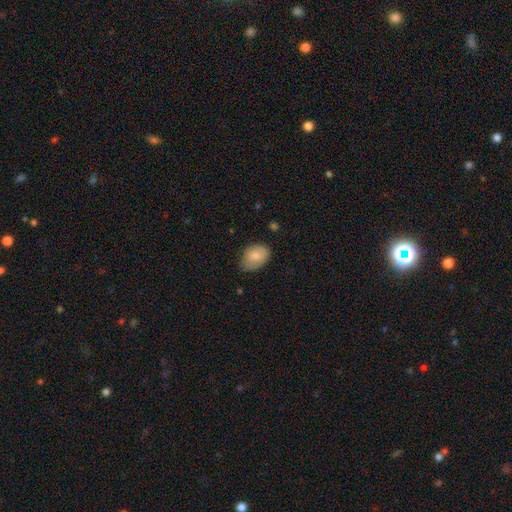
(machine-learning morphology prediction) Smooth or featured?
  - smooth: 79% *
  - featured or disk: 14%
  - star or artifact: 7%
How rounded?
  - in between: 77% *
  - round: 22%
  - cigar-shaped: 1%
Merging?
  - none: 62% *
  - minor disturbance: 31%
  - major disturbance: 6%
  - merger: 1%